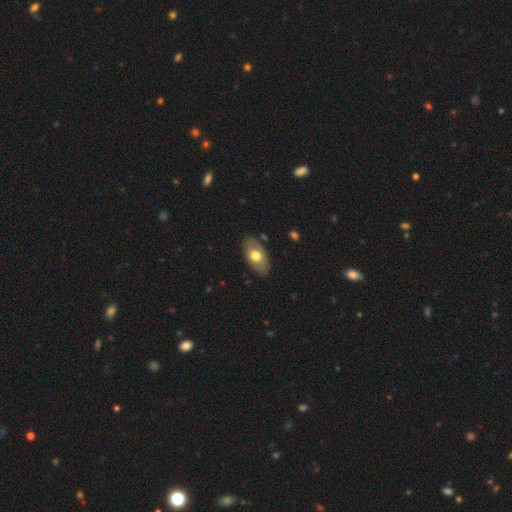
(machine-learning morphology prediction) type=smooth (65%); roundness=in between (92%); merging=none (82%).